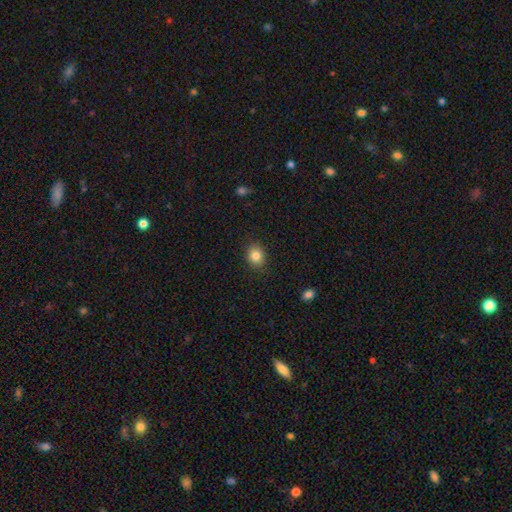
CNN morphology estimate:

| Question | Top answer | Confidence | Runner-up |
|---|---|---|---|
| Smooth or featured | smooth | 84% | star or artifact (10%) |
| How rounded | round | 62% | in between (37%) |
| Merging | none | 88% | minor disturbance (9%) |